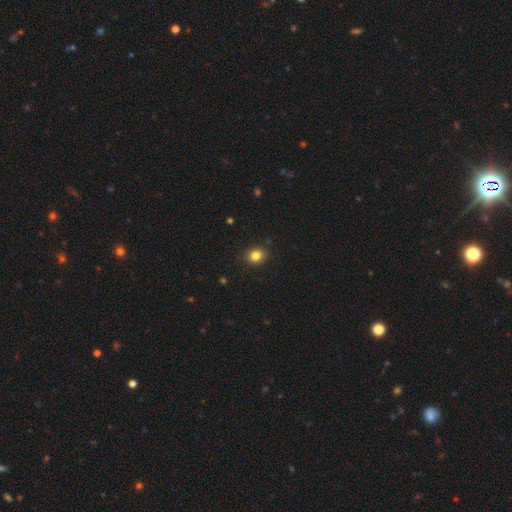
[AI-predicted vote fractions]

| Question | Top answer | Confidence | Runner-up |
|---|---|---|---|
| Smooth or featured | smooth | 83% | star or artifact (12%) |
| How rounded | round | 64% | in between (35%) |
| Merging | none | 88% | minor disturbance (9%) |